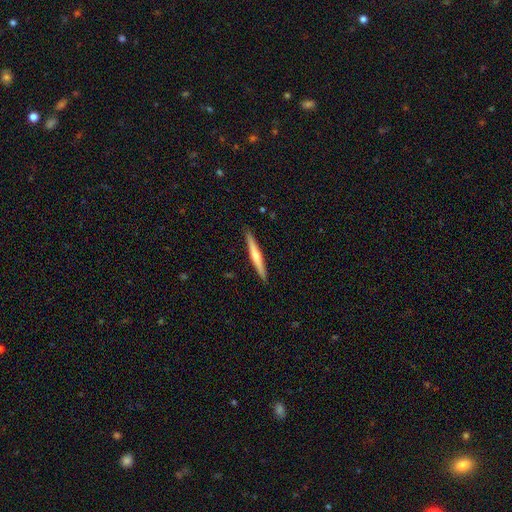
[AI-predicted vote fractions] Smooth or featured? Predicted: featured or disk (p=0.53). Edge-on disk? Predicted: yes (p=0.97). Edge-on bulge? Predicted: rounded (p=0.69). Merging? Predicted: none (p=0.91).